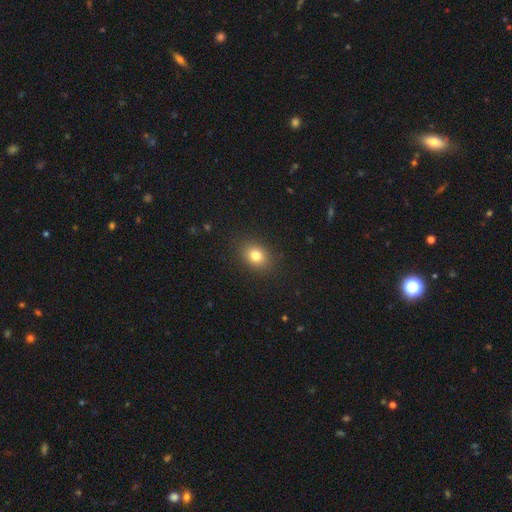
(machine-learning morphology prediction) The model was most divided on "how rounded": in between: 56%, round: 43%, cigar-shaped: 1%. More confident: merging — none (88%); smooth or featured — smooth (80%).